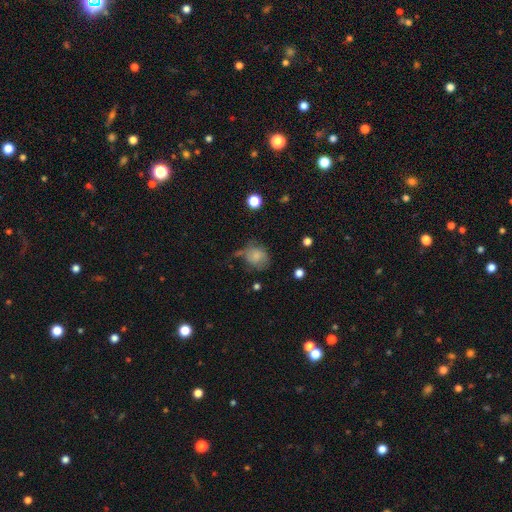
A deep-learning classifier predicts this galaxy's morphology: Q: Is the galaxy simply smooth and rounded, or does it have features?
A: smooth — 70%.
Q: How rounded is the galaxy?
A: round — 65%.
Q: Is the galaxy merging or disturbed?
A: none — 41%.